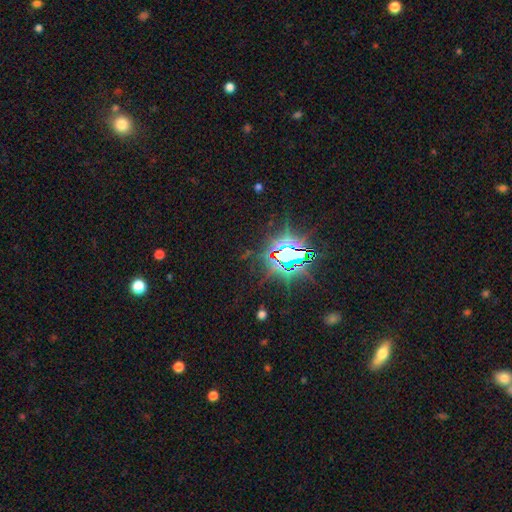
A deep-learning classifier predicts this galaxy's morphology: smooth-or-featured: star or artifact: 83% | smooth: 9% | featured or disk: 8%